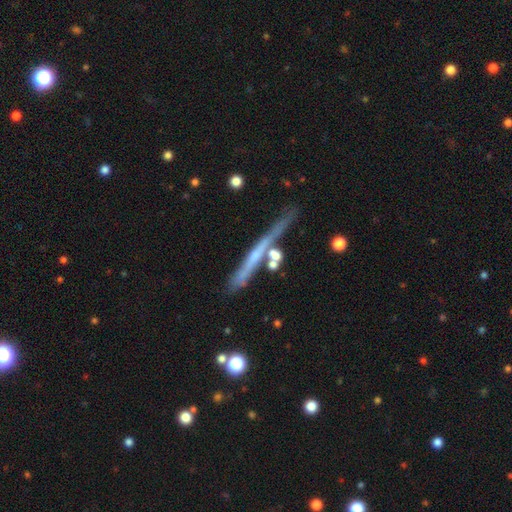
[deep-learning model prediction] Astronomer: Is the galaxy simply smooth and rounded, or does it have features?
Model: featured or disk — 60%.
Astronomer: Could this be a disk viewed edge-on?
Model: yes — 93%.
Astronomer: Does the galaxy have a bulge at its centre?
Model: none — 68%.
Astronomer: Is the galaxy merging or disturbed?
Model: none — 68%.